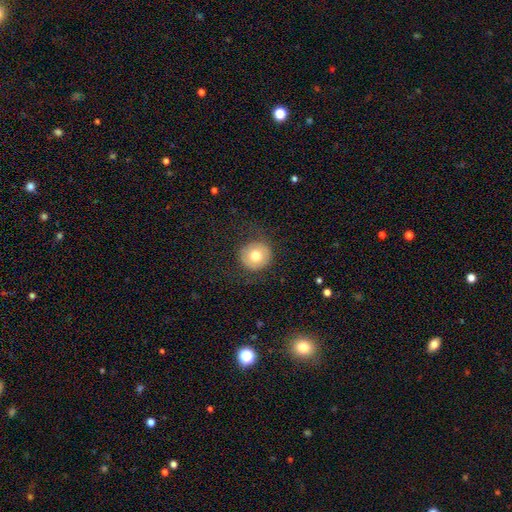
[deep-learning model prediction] smooth 70%, featured or disk 21%, star or artifact 9%. Down the decision tree: how rounded — round (91%); merging — none (78%).